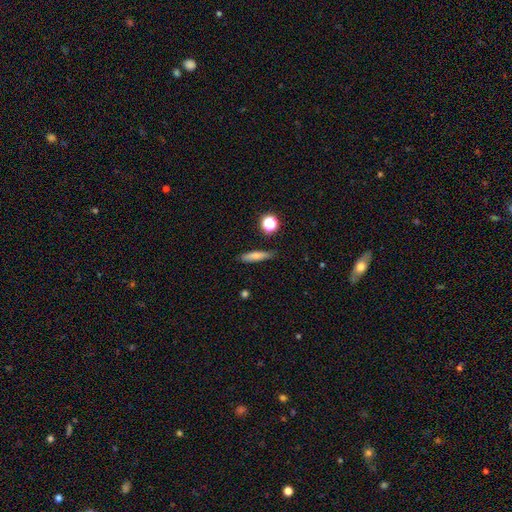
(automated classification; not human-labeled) Q: Smooth or featured?
A: smooth (70%); runner-up: featured or disk (20%)
Q: How rounded?
A: cigar-shaped (75%); runner-up: in between (21%)
Q: Merging?
A: none (82%); runner-up: minor disturbance (13%)